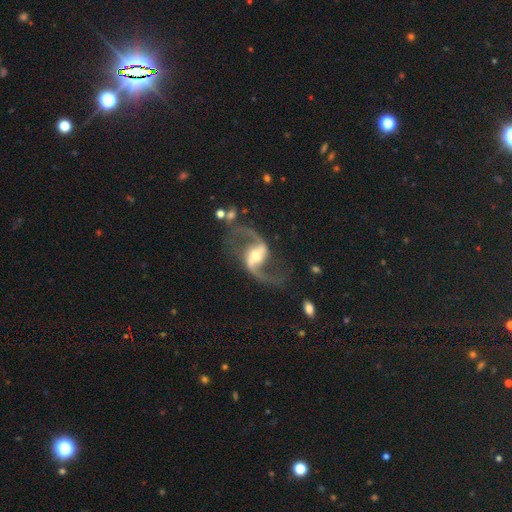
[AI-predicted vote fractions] smooth-or-featured: featured or disk: 93% | star or artifact: 4% | smooth: 3%
  disk-edge-on: no: 98% | yes: 2%
    bar: strong: 46% | weak: 36% | no: 18%
    has-spiral-arms: yes: 97% | no: 3%
      spiral-winding: loose: 73% | medium: 23% | tight: 4%
      spiral-arm-count: 2: 94% | 1: 2% | can't tell: 1% | 3: 1% | 4: 1% | more than 4: 1%
    bulge-size: moderate: 58% | small: 30% | large: 9% | none: 2% | dominant: 2%
  merging: none: 75% | minor disturbance: 12% | major disturbance: 10% | merger: 3%